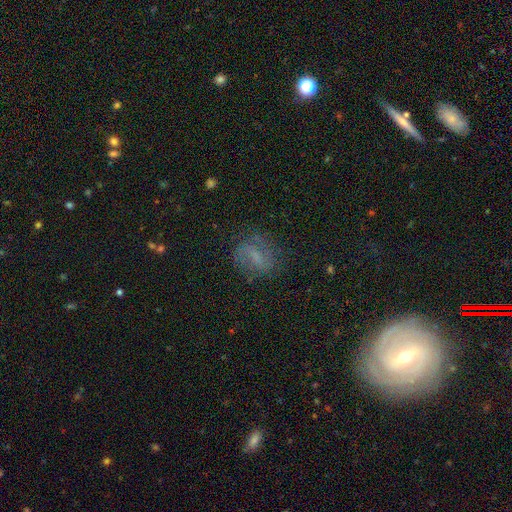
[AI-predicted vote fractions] Smooth or featured? featured or disk (45%)
Merging? none (70%)